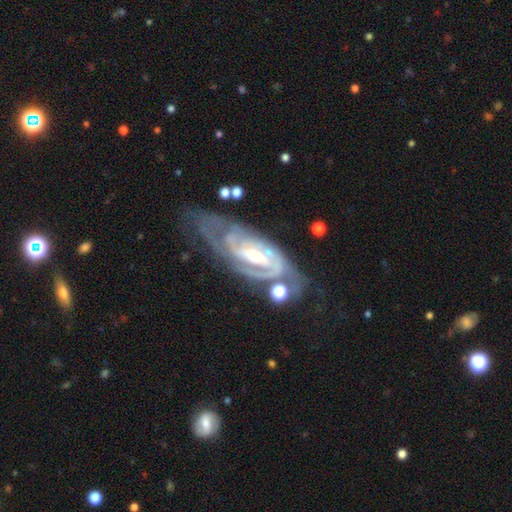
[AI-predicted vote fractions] Overall: featured or disk (88%). Edge-on disk: no (93%). Bar: weak (42%; no 31%). Spiral arms: yes (96%). Spiral arm count: 2 (52%; can't tell 21%). Spiral winding: tight (63%; medium 31%). Bulge size: moderate (46%; small 41%). Merging: none (54%; minor disturbance 24%).